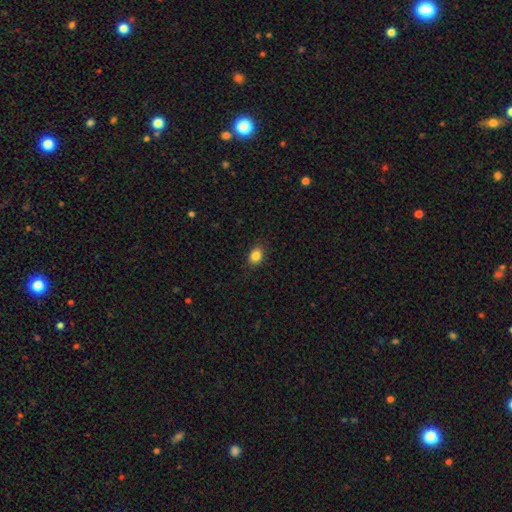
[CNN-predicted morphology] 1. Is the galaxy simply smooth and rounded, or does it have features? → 85% smooth, 10% star or artifact, 5% featured or disk.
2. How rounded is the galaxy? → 60% in between, 39% round, 1% cigar-shaped.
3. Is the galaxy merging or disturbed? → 88% none, 9% minor disturbance, 2% major disturbance, 1% merger.